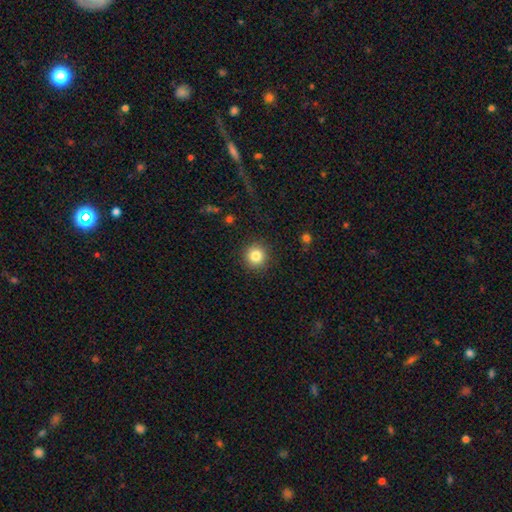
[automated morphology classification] Smooth or featured?
  - smooth: 83% *
  - star or artifact: 10%
  - featured or disk: 6%
How rounded?
  - round: 94% *
  - in between: 5%
  - cigar-shaped: 1%
Merging?
  - none: 91% *
  - minor disturbance: 6%
  - major disturbance: 2%
  - merger: 1%